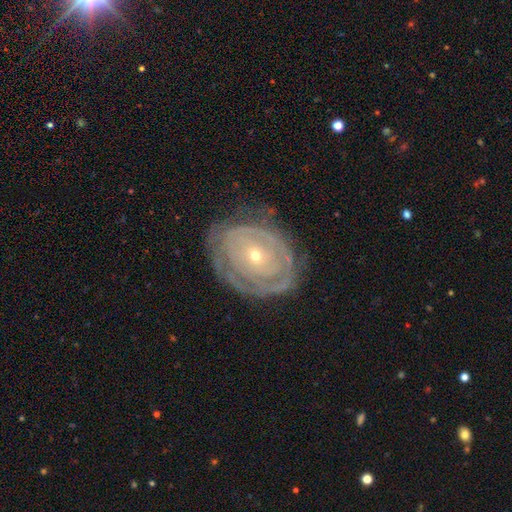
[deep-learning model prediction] Morphology: type=featured or disk (81%); edge-on=no (95%); bar=no (77%); spiral arms=yes (81%); winding=tight (82%); arm count=can't tell (47%); bulge=small (70%); merging=none (68%).